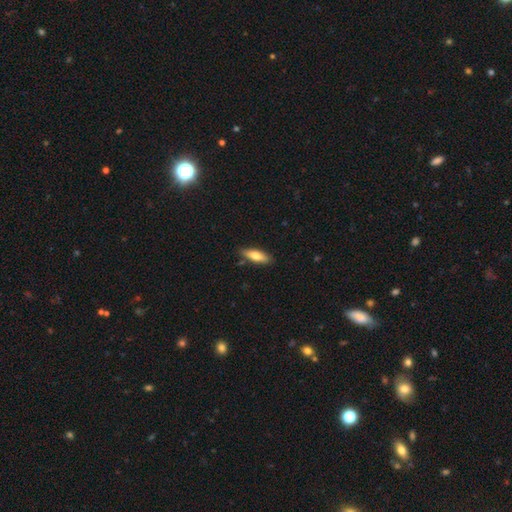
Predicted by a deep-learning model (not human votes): smooth_or_featured: smooth (p=0.73) [alt: featured or disk p=0.21]
how_rounded: in between (p=0.51) [alt: cigar-shaped p=0.47]
merging: none (p=0.84) [alt: minor disturbance p=0.12]